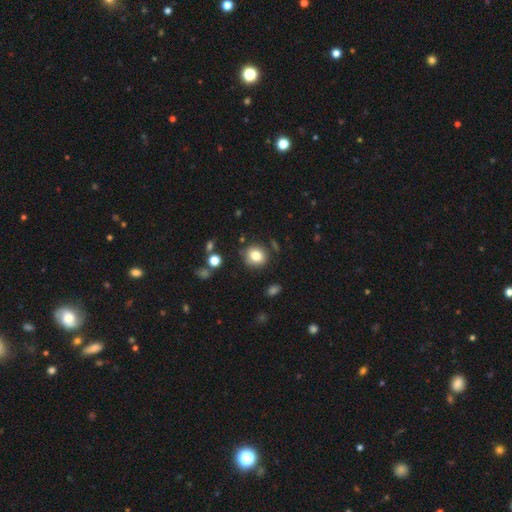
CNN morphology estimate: smooth_or_featured: smooth (p=0.81) [alt: star or artifact p=0.11]
how_rounded: round (p=0.79) [alt: in between p=0.20]
merging: none (p=0.84) [alt: minor disturbance p=0.10]